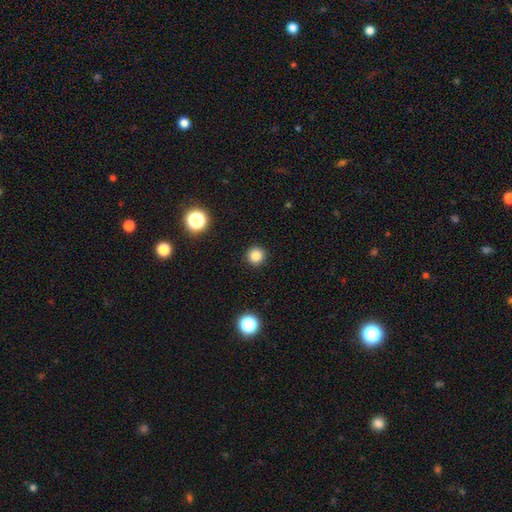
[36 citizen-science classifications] Volunteers were most divided on "smooth or featured": smooth: 92%, star or artifact: 6%, featured or disk: 3%. More confident: merging — none (94%); how rounded — round (94%).